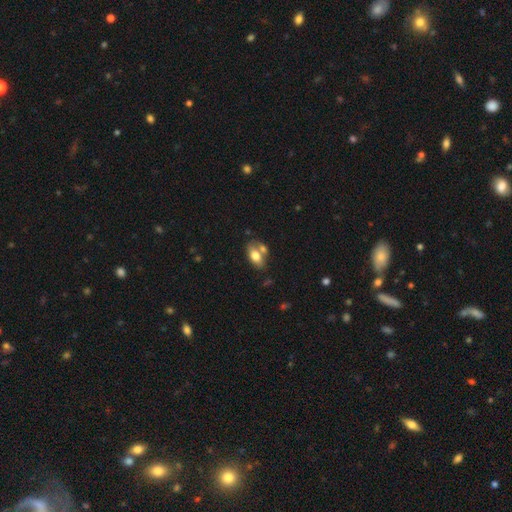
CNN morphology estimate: type=smooth (73%); roundness=in between (90%); merging=none (46%).